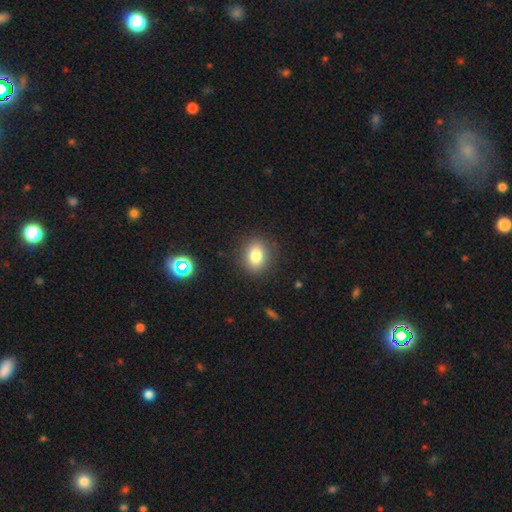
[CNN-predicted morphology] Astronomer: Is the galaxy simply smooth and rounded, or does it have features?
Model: smooth — 80%.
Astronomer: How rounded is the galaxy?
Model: in between — 50% (runner-up: round, 49%).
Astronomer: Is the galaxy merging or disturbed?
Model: none — 87%.